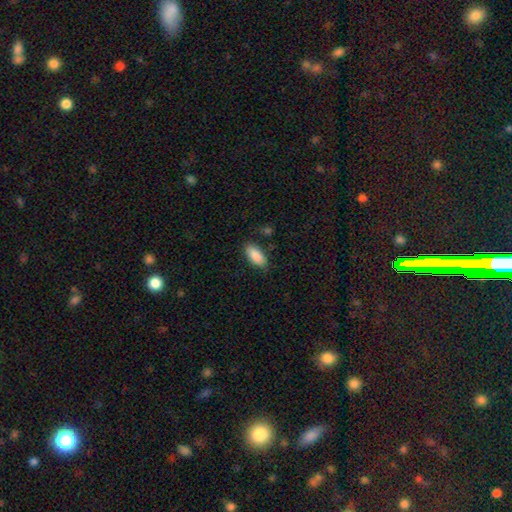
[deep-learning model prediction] A smooth galaxy with no disk features (89%) that is in between round and cigar-shaped (87%).

Vote fractions:
- Smooth or featured? smooth: 89% / star or artifact: 6% / featured or disk: 5%
- How rounded? in between: 87% / cigar-shaped: 11% / round: 2%
- Merging? none: 81% / minor disturbance: 14% / major disturbance: 3% / merger: 2%